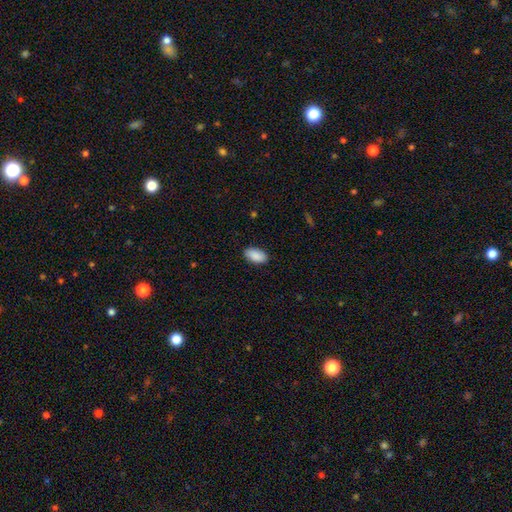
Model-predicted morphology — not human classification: This appears to be a smooth galaxy with no disk features (91%) that is in between round and cigar-shaped (95%). Merging: none (88%).